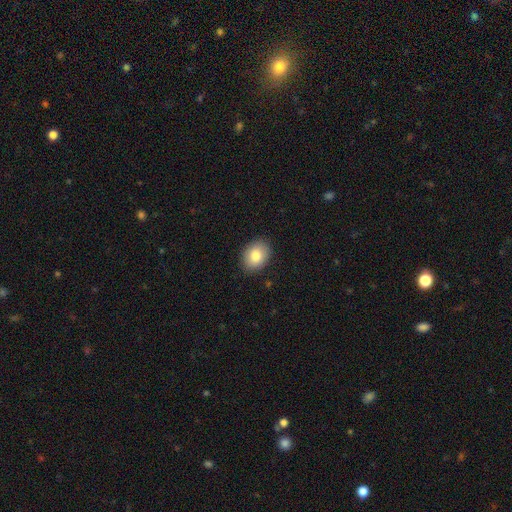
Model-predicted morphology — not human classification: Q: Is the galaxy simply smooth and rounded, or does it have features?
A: smooth — 83%.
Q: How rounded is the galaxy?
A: in between — 66%.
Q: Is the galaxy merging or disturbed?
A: none — 88%.